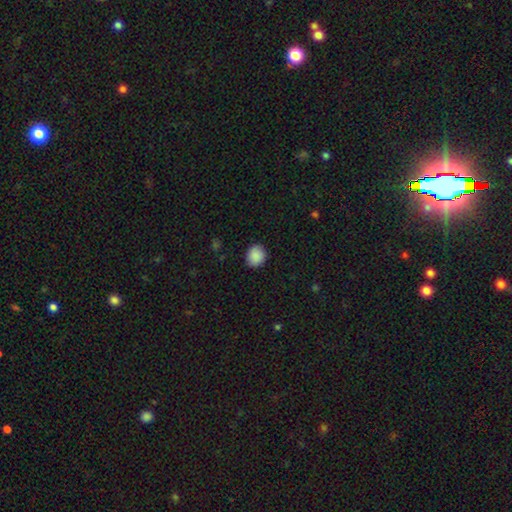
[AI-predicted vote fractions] The model was most divided on "how rounded": round: 78%, in between: 21%, cigar-shaped: 1%. More confident: smooth or featured — smooth (89%); merging — none (87%).